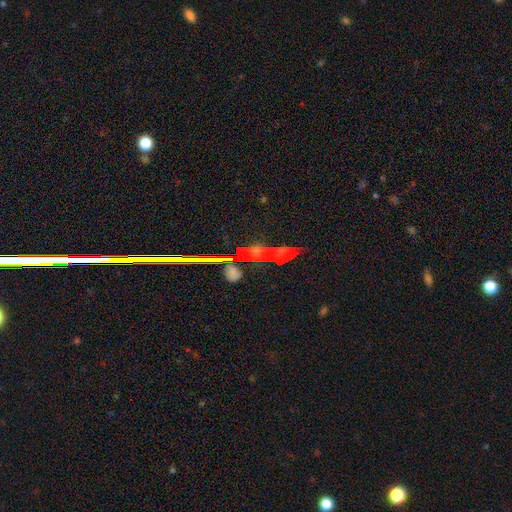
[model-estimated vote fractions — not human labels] Morphology: type=featured or disk (46%); merging=merger (39%).